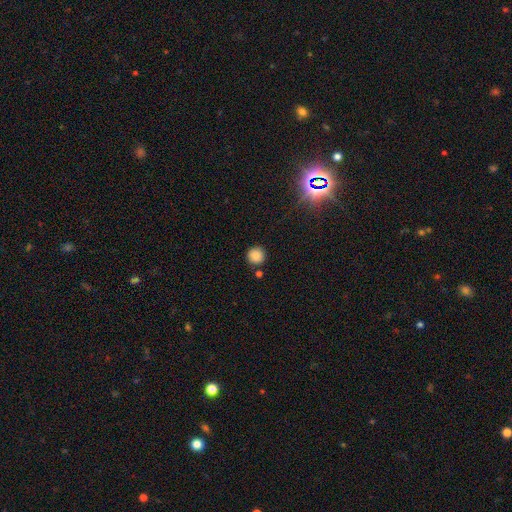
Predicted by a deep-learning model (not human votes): A smooth galaxy with no disk features (84%) that is round (94%).

Vote fractions:
- Smooth or featured? smooth: 84% / star or artifact: 12% / featured or disk: 4%
- How rounded? round: 94% / in between: 5% / cigar-shaped: 1%
- Merging? none: 82% / minor disturbance: 9% / merger: 6% / major disturbance: 3%